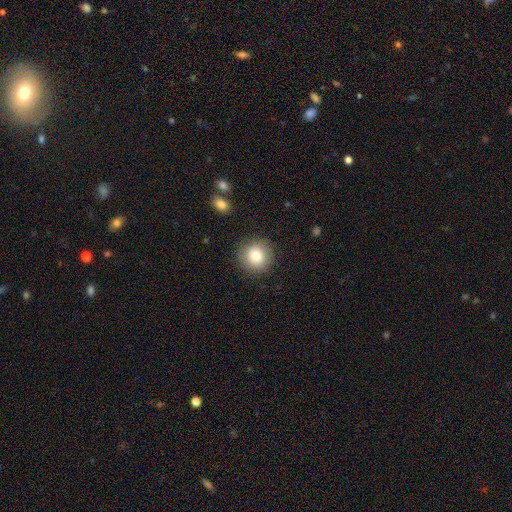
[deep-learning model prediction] This is clearly a smooth galaxy (81%). How rounded: clearly round (92%). Merging: clearly none (87%).